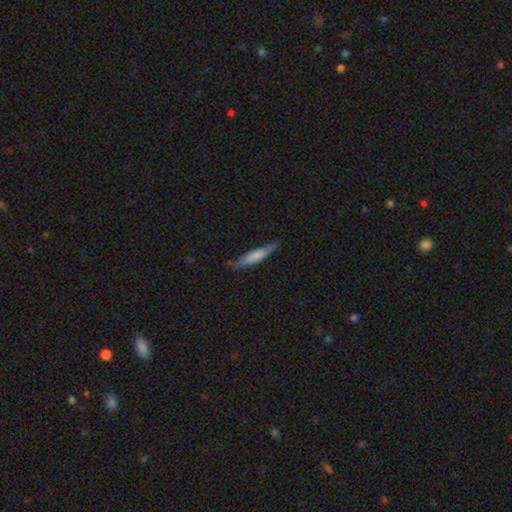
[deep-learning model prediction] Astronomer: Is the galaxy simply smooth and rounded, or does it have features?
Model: smooth — 67%.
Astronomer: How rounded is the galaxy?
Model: cigar-shaped — 88%.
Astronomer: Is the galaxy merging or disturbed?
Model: none — 79%.